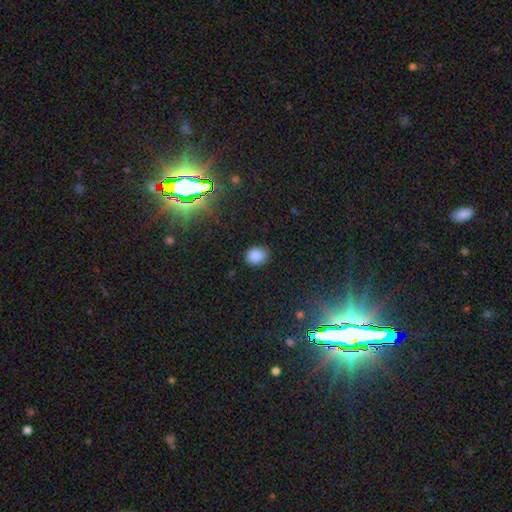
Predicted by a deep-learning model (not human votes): Q: Smooth or featured?
A: smooth (84%); runner-up: star or artifact (11%)
Q: How rounded?
A: round (54%); runner-up: in between (45%)
Q: Merging?
A: none (81%); runner-up: minor disturbance (15%)